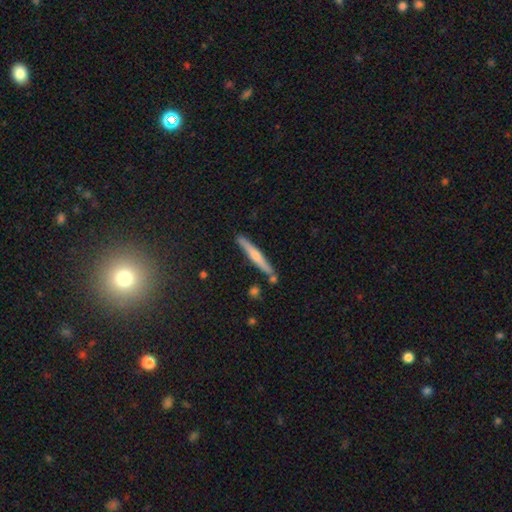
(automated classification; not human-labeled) A smooth galaxy with no disk features (49%). Merging: none (83%).